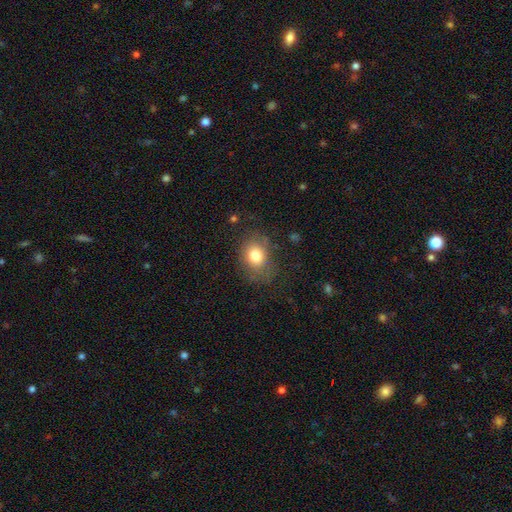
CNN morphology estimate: type=smooth (78%); roundness=in between (52%); merging=none (70%).